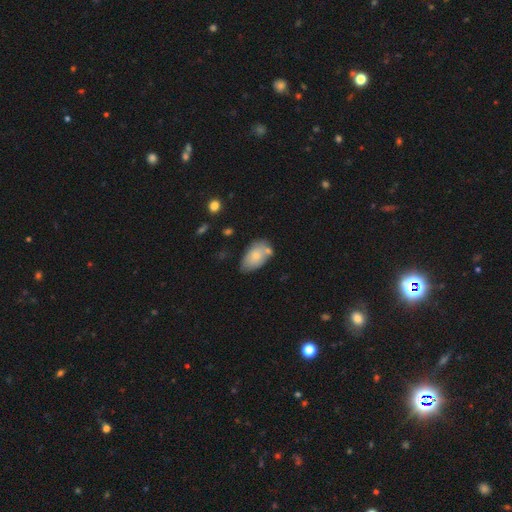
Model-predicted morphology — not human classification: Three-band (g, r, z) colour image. It shows a smooth galaxy with no disk features (72%) that is in between round and cigar-shaped (92%). Merging: none (56%).